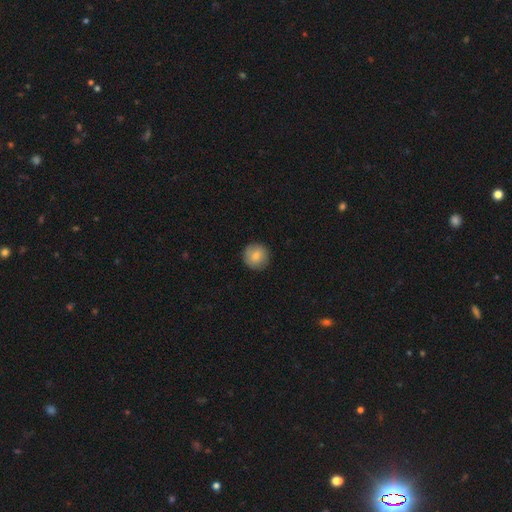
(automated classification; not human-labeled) Smooth or featured?
  - smooth: 79% *
  - featured or disk: 13%
  - star or artifact: 8%
How rounded?
  - round: 95% *
  - in between: 4%
  - cigar-shaped: 1%
Merging?
  - none: 89% *
  - minor disturbance: 8%
  - major disturbance: 2%
  - merger: 1%